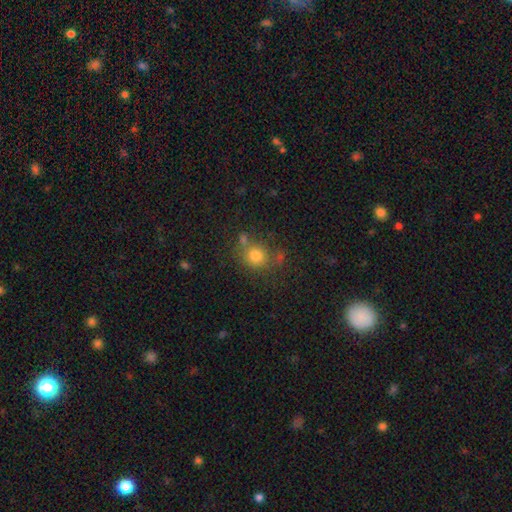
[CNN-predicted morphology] smooth_or_featured: smooth (p=0.79) [alt: star or artifact p=0.13]
how_rounded: round (p=0.84) [alt: in between p=0.15]
merging: none (p=0.65) [alt: merger p=0.15]